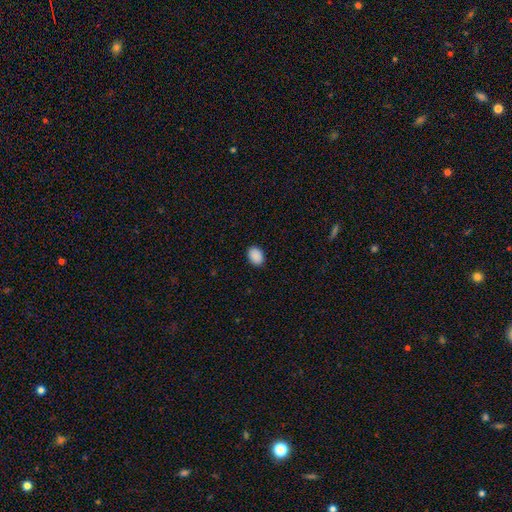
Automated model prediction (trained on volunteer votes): Smooth or featured: smooth — 90% (star or artifact — 7%)
How rounded: in between — 79% (round — 20%)
Merging: none — 89% (minor disturbance — 8%)